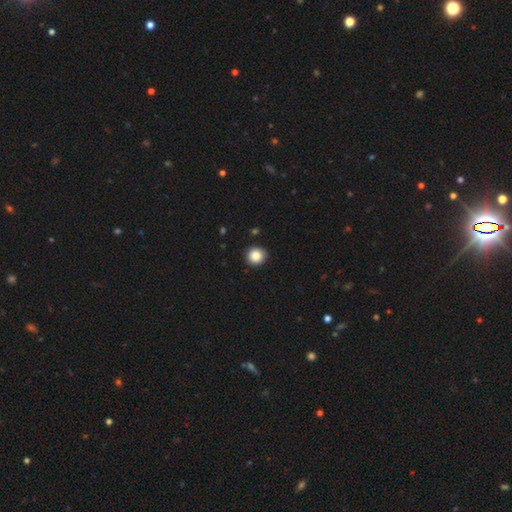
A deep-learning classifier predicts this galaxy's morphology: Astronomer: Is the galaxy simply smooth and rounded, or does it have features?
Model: smooth — 86%.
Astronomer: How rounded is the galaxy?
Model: round — 93%.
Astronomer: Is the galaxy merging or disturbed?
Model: none — 91%.